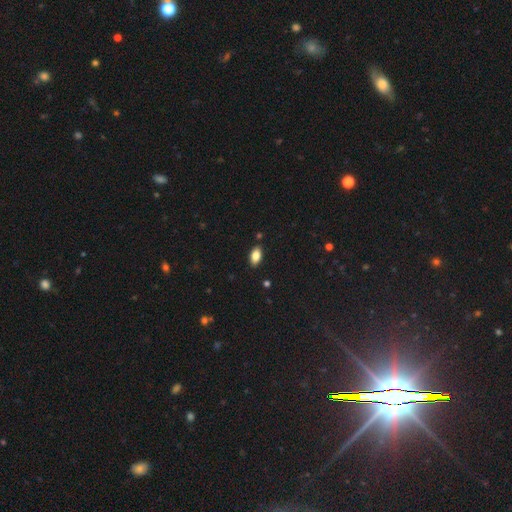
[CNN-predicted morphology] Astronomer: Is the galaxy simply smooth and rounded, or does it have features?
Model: smooth — 84%.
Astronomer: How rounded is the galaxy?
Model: in between — 92%.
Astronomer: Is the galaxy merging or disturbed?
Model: none — 87%.